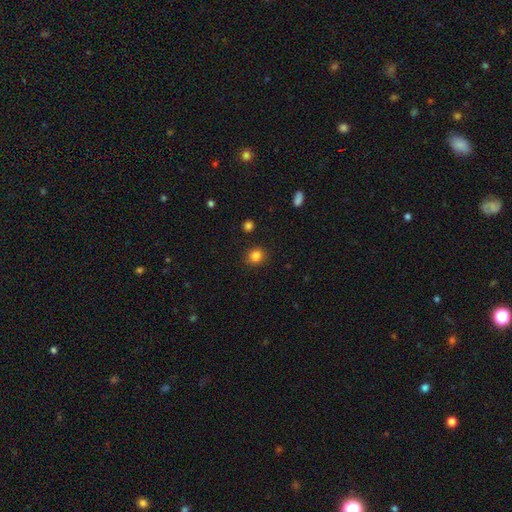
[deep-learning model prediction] This appears to be a smooth galaxy with no disk features (84%) that is round (81%). Merging: none (88%).